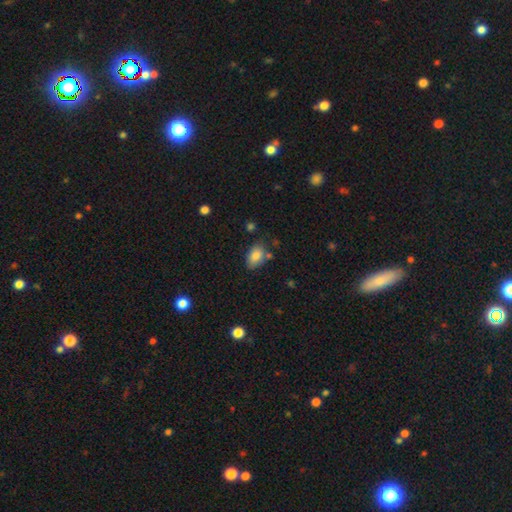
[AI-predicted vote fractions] Smooth or featured? Predicted: smooth (p=0.83). How rounded? Predicted: in between (p=0.86). Merging? Predicted: none (p=0.70).